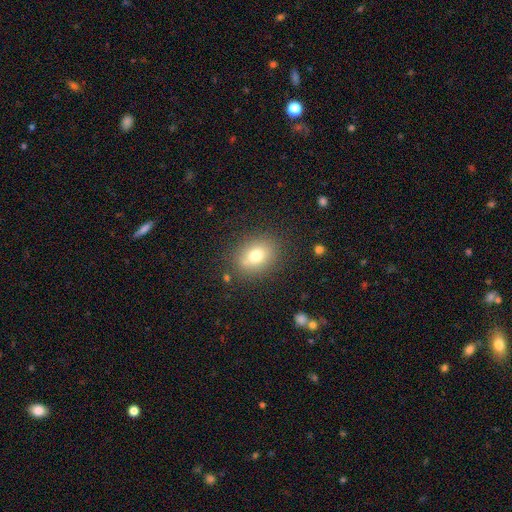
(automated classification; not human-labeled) Morphology: type=smooth (74%); roundness=round (50%); merging=none (81%).